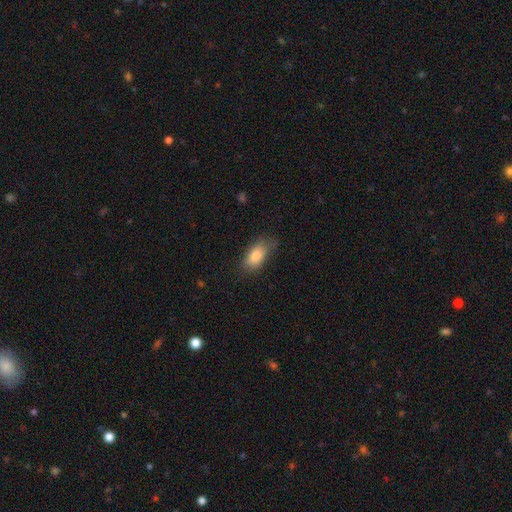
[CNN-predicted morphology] smooth-or-featured: smooth: 83% | featured or disk: 10% | star or artifact: 8%
  how-rounded: in between: 89% | round: 6% | cigar-shaped: 5%
  merging: none: 68% | minor disturbance: 24% | major disturbance: 6% | merger: 1%